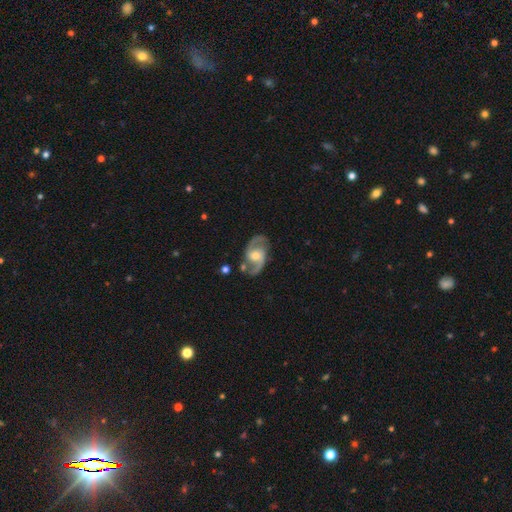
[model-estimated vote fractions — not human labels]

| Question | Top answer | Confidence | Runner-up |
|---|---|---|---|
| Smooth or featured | featured or disk | 88% | smooth (7%) |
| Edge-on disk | no | 97% | yes (3%) |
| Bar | no | 48% | weak (39%) |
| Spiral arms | yes | 96% | no (4%) |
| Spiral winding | medium | 54% | loose (32%) |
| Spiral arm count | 2 | 93% | can't tell (2%) |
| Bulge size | moderate | 62% | small (31%) |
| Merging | none | 78% | minor disturbance (13%) |